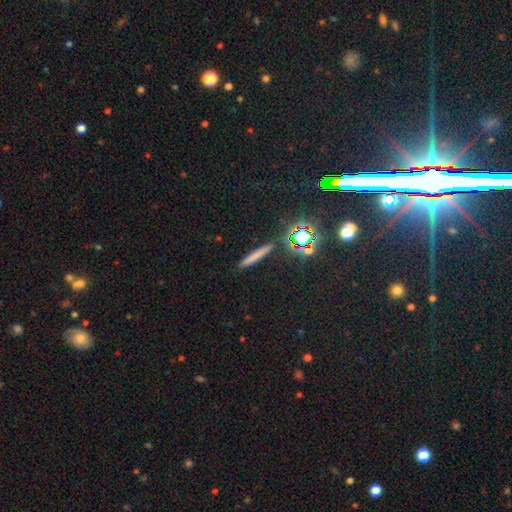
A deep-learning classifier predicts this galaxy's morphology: smooth_or_featured: smooth (p=0.65) [alt: star or artifact p=0.19]
how_rounded: cigar-shaped (p=0.91) [alt: in between p=0.05]
merging: none (p=0.89) [alt: minor disturbance p=0.07]